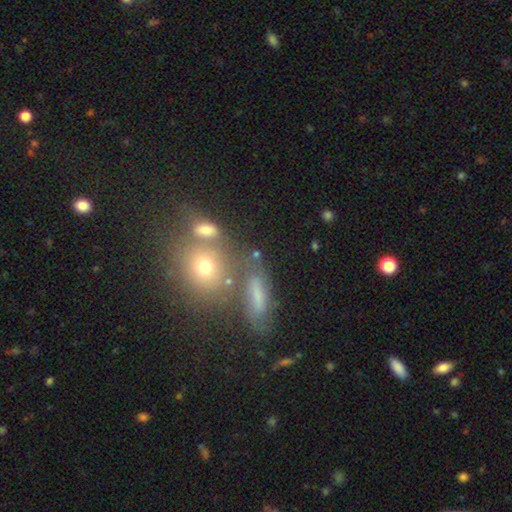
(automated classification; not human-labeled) Smooth or featured?
  - smooth: 64% *
  - featured or disk: 18%
  - star or artifact: 18%
How rounded?
  - in between: 45% *
  - round: 34%
  - cigar-shaped: 21%
Merging?
  - none: 56% *
  - merger: 21%
  - minor disturbance: 15%
  - major disturbance: 8%